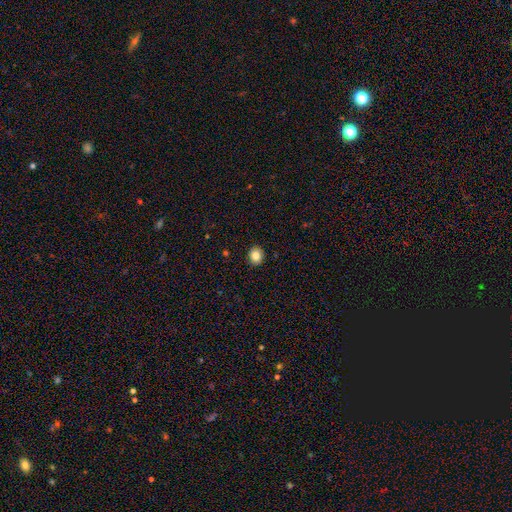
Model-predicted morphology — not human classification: This appears to be a smooth galaxy with no disk features (83%) that is round (68%). Merging: none (91%).